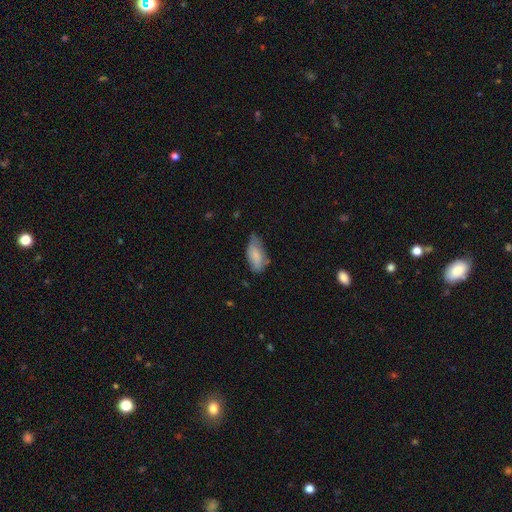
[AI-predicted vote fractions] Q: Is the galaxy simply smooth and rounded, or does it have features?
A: smooth — 79%.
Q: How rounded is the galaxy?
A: in between — 89%.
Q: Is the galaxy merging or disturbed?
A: none — 47%.